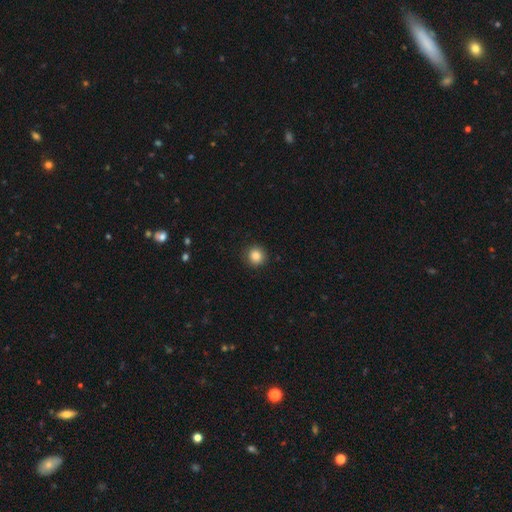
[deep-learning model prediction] Q: Smooth or featured?
A: smooth (86%); runner-up: star or artifact (10%)
Q: How rounded?
A: round (92%); runner-up: in between (7%)
Q: Merging?
A: none (90%); runner-up: minor disturbance (7%)